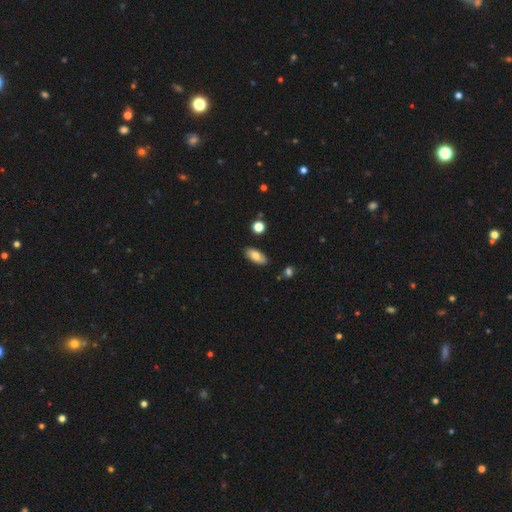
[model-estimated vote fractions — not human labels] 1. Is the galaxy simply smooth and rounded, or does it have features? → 79% smooth, 14% featured or disk, 7% star or artifact.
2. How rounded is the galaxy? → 87% in between, 10% cigar-shaped, 3% round.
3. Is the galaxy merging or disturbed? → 86% none, 10% minor disturbance, 2% merger, 2% major disturbance.